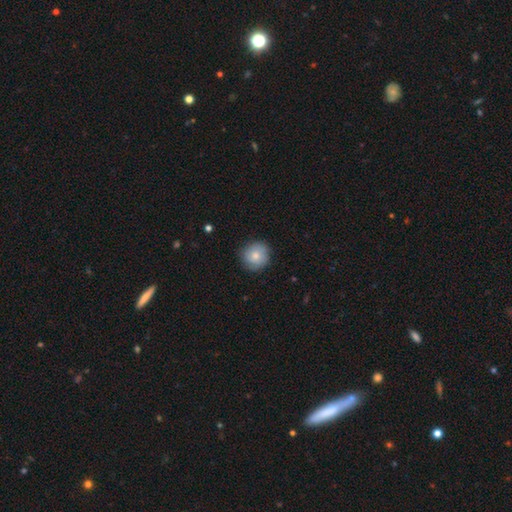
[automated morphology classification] A smooth galaxy with no disk features (72%) that is round (91%). Merging: none (83%).